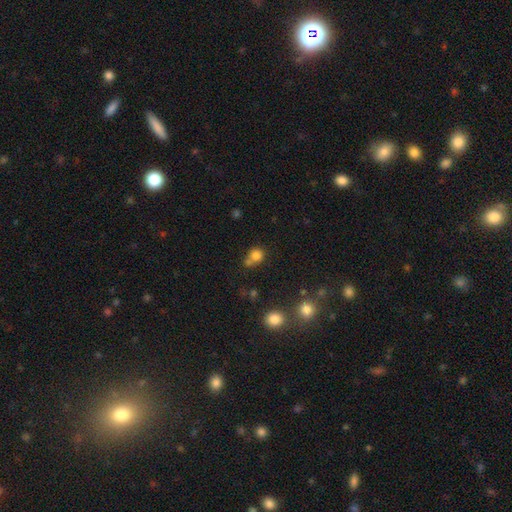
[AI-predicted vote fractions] Q: Smooth or featured?
A: smooth (79%); runner-up: star or artifact (13%)
Q: How rounded?
A: round (80%); runner-up: in between (19%)
Q: Merging?
A: none (49%); runner-up: merger (34%)